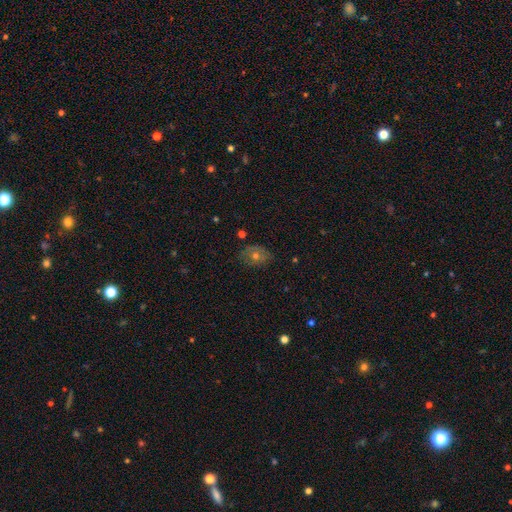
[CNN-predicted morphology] This appears to be a featured or disk galaxy (43%). Merging: none (73%).